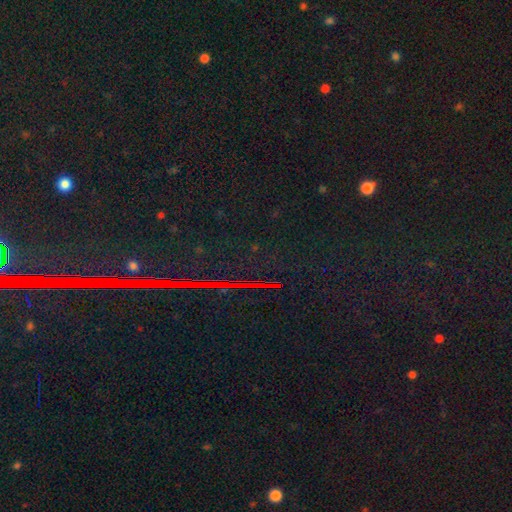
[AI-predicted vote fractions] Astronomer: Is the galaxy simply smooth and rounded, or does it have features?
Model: star or artifact — 85%.